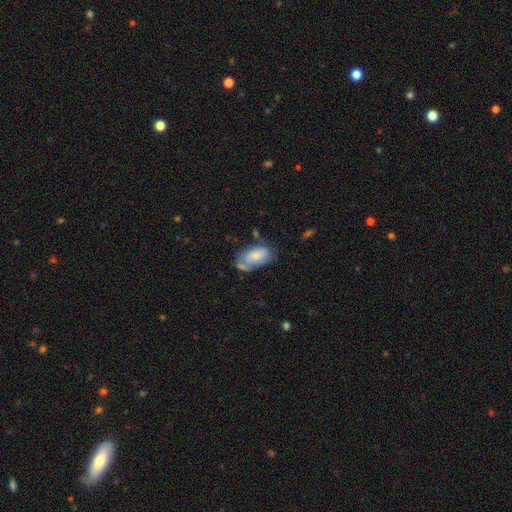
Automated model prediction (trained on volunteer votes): This appears to be a smooth galaxy with no disk features (60%) that is in between round and cigar-shaped (93%). Merging: none (43%).